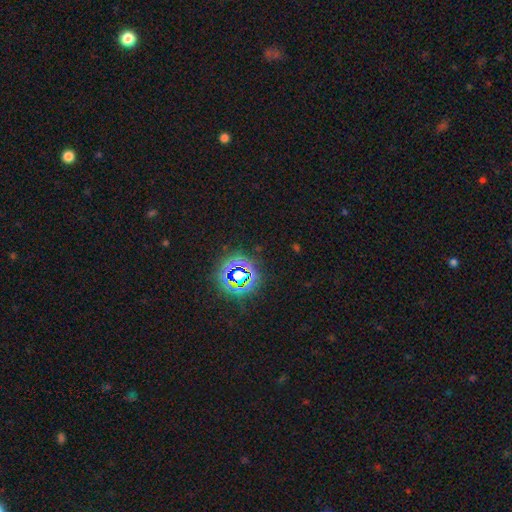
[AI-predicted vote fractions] Q: Smooth or featured?
A: star or artifact (79%); runner-up: smooth (14%)